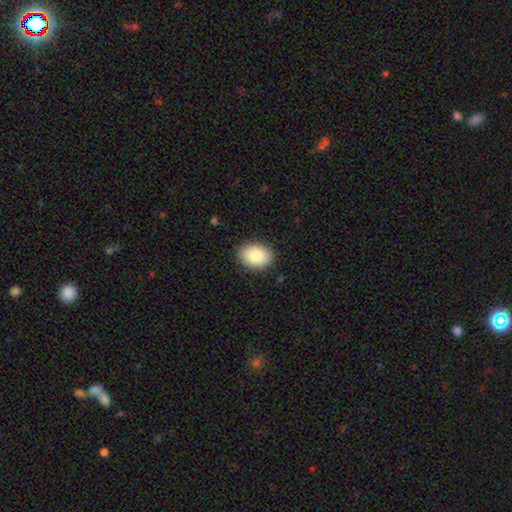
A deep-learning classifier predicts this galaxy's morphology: This appears to be a smooth galaxy with no disk features (86%) that is in between round and cigar-shaped (74%). Merging: none (88%).